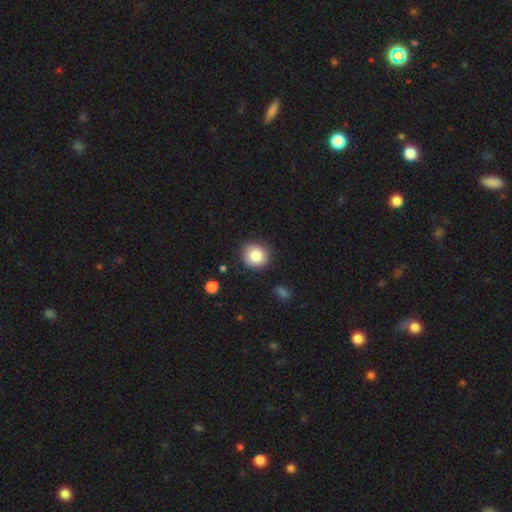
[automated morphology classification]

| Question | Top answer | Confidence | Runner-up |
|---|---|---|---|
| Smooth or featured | smooth | 85% | star or artifact (9%) |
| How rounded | round | 83% | in between (16%) |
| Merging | none | 81% | minor disturbance (14%) |